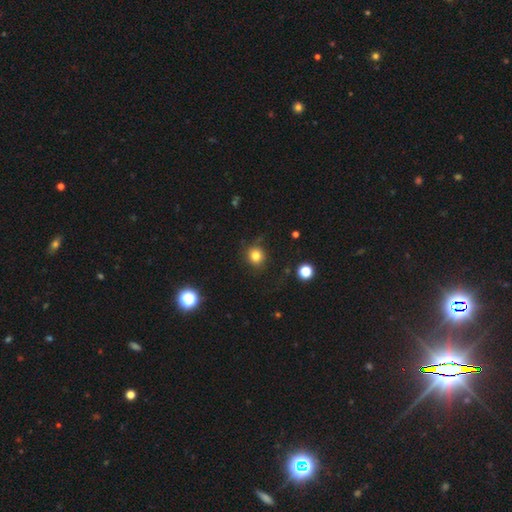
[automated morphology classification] This is clearly a smooth galaxy (80%). How rounded: clearly round (85%). Merging: clearly none (82%).